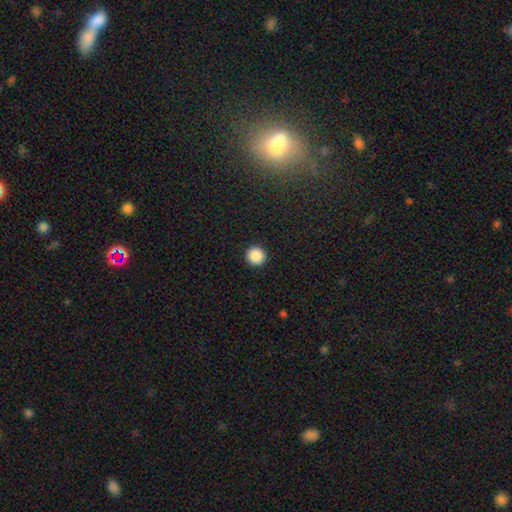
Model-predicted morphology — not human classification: smooth_or_featured: smooth (p=0.88) [alt: star or artifact p=0.09]
how_rounded: round (p=0.95) [alt: in between p=0.04]
merging: none (p=0.93) [alt: minor disturbance p=0.04]